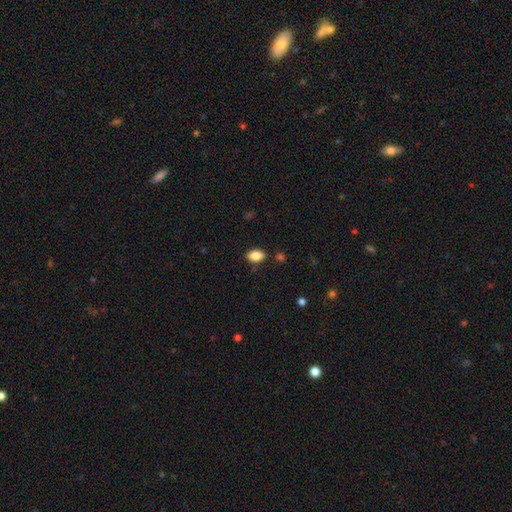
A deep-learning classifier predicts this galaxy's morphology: smooth_or_featured: smooth (p=0.86) [alt: star or artifact p=0.08]
how_rounded: in between (p=0.90) [alt: round p=0.08]
merging: none (p=0.85) [alt: minor disturbance p=0.10]